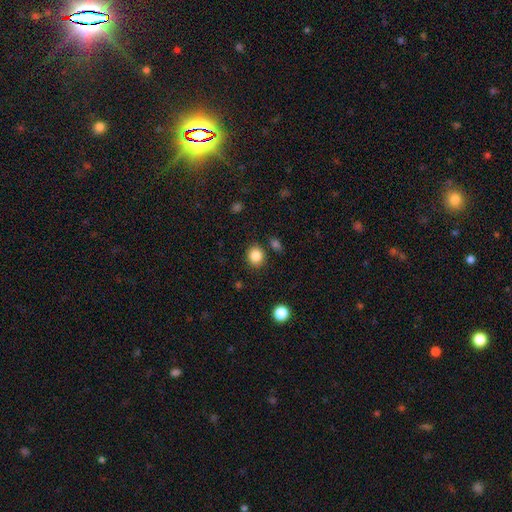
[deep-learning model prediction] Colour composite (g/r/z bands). It shows a smooth galaxy with no disk features (86%) that is round (76%). Merging: none (84%).